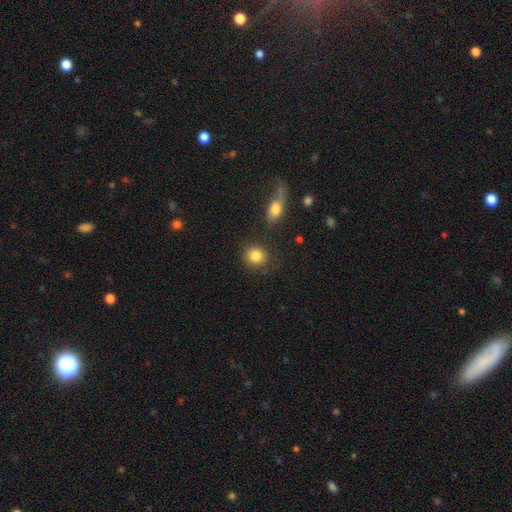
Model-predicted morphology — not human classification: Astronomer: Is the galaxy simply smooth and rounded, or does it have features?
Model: smooth — 85%.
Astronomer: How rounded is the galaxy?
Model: round — 83%.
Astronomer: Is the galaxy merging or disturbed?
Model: none — 80%.